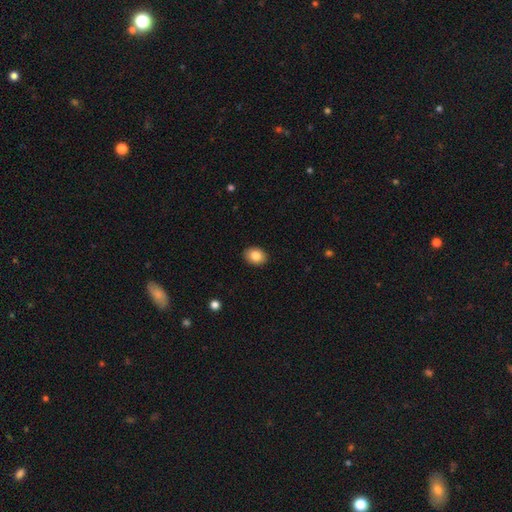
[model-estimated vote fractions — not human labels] This appears to be a smooth galaxy with no disk features (85%) that is in between round and cigar-shaped (64%). Merging: none (90%).